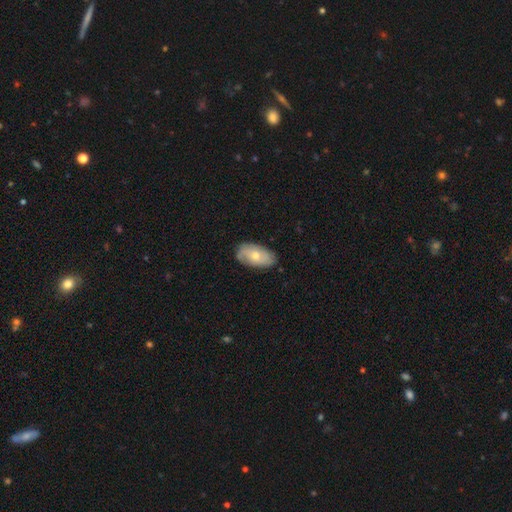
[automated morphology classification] Smooth or featured? Predicted: smooth (p=0.55). How rounded? Predicted: in between (p=0.93). Merging? Predicted: none (p=0.79).